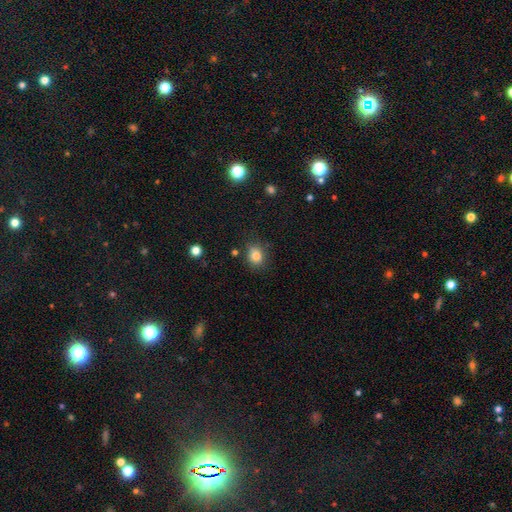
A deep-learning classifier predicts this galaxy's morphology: smooth 81%, star or artifact 12%, featured or disk 7%. Down the decision tree: how rounded — round (64%); merging — none (81%).